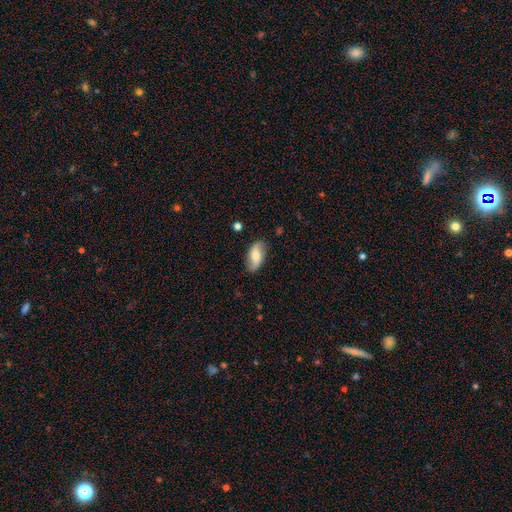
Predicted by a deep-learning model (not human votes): smooth_or_featured: featured or disk (p=0.48) [alt: smooth p=0.45]
merging: none (p=0.80) [alt: minor disturbance p=0.15]